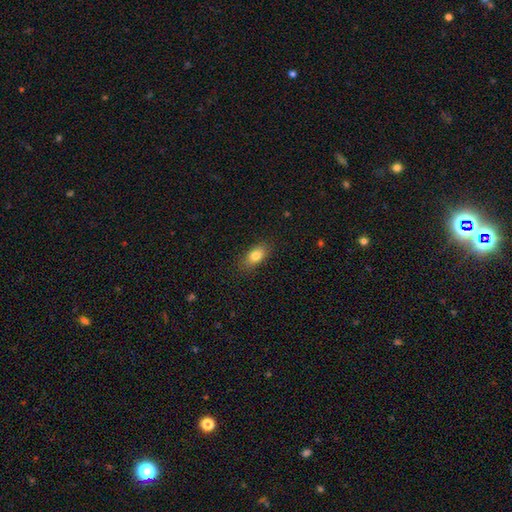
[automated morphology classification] A smooth galaxy with no disk features (81%) that is in between round and cigar-shaped (88%).

Vote fractions:
- Smooth or featured? smooth: 81% / featured or disk: 11% / star or artifact: 8%
- How rounded? in between: 88% / round: 6% / cigar-shaped: 6%
- Merging? none: 85% / minor disturbance: 11% / major disturbance: 3% / merger: 1%